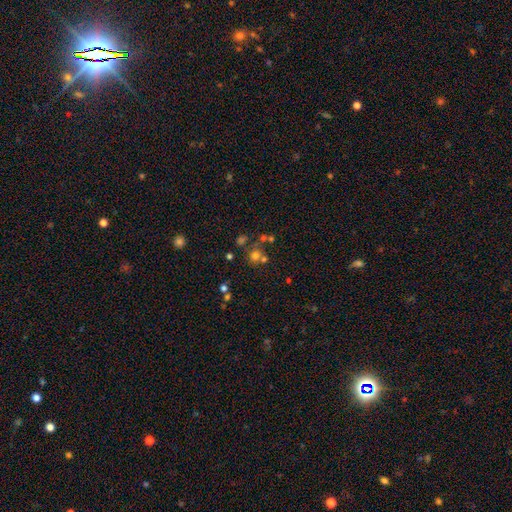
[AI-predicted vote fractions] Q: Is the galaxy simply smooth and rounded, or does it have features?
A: smooth — 62%.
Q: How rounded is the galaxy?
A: round — 86%.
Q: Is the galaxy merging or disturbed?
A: none — 59%.